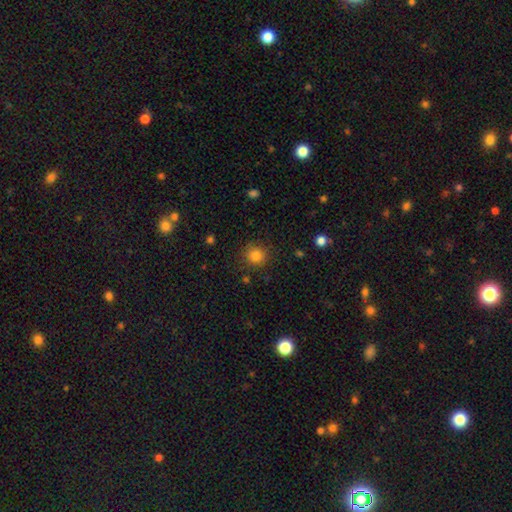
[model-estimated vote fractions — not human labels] smooth-or-featured: smooth: 83% | star or artifact: 12% | featured or disk: 5%
  how-rounded: round: 91% | in between: 8% | cigar-shaped: 1%
  merging: none: 86% | minor disturbance: 9% | major disturbance: 3% | merger: 2%